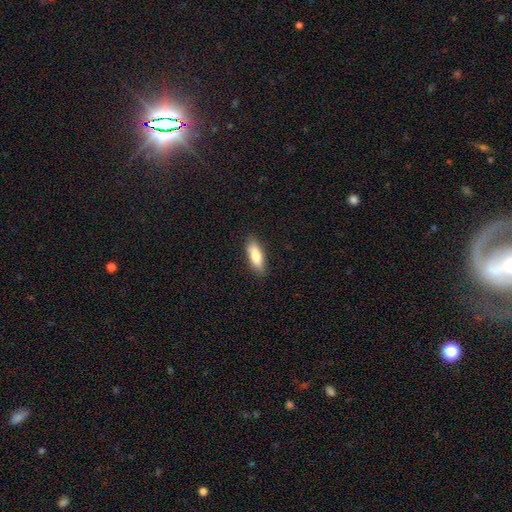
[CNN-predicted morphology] smooth 81%, featured or disk 13%, star or artifact 6%. Down the decision tree: how rounded — in between (61%); merging — none (86%).